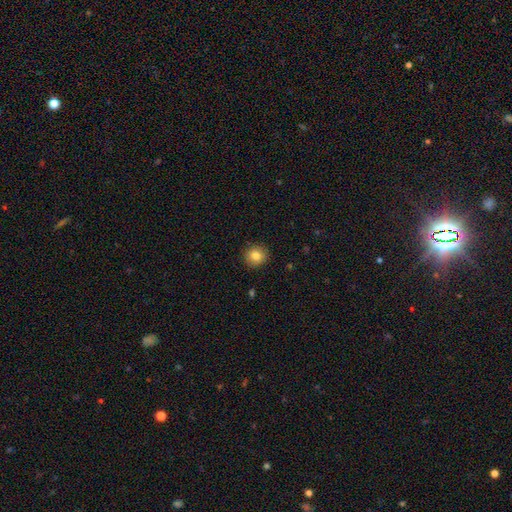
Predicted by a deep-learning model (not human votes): Morphology: type=smooth (83%); roundness=round (87%); merging=none (90%).